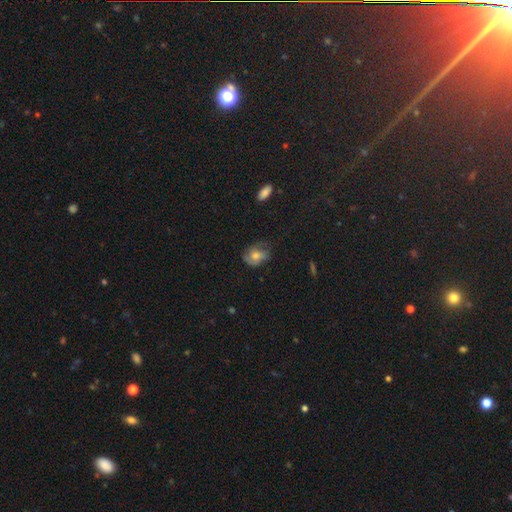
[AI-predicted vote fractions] smooth_or_featured: smooth (p=0.51) [alt: featured or disk p=0.38]
how_rounded: in between (p=0.56) [alt: round p=0.43]
merging: none (p=0.55) [alt: minor disturbance p=0.29]